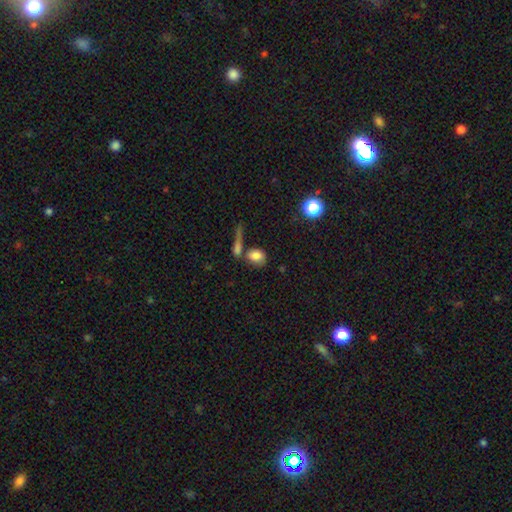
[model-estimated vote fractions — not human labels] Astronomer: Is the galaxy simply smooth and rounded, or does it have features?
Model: smooth — 76%.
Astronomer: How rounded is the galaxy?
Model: in between — 60% (runner-up: round, 36%).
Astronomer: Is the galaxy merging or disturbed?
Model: none — 41% (runner-up: merger, 34%).